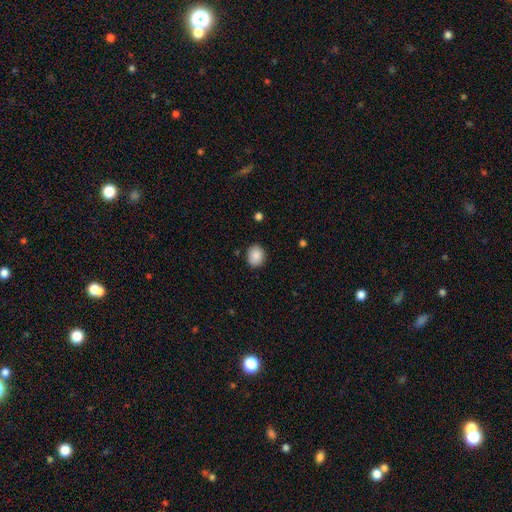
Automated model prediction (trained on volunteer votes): This appears to be a smooth galaxy with no disk features (88%) that is round (56%). Merging: none (87%).